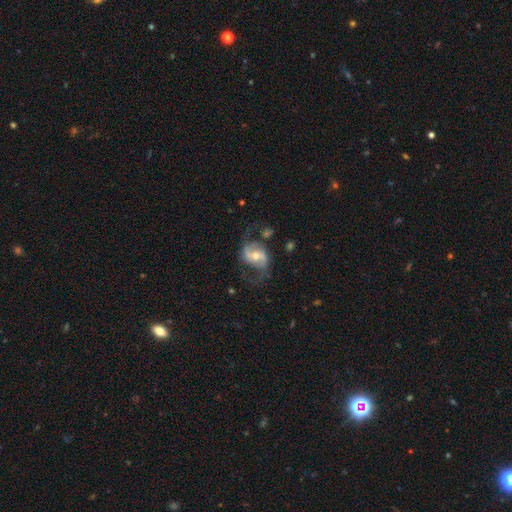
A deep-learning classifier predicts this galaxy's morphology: A featured or disk galaxy (80%) with a weak bar (42%), 2 (90%) loose (49%) spiral arms (92%) and a moderate central bulge (64%). Merging: none (60%).